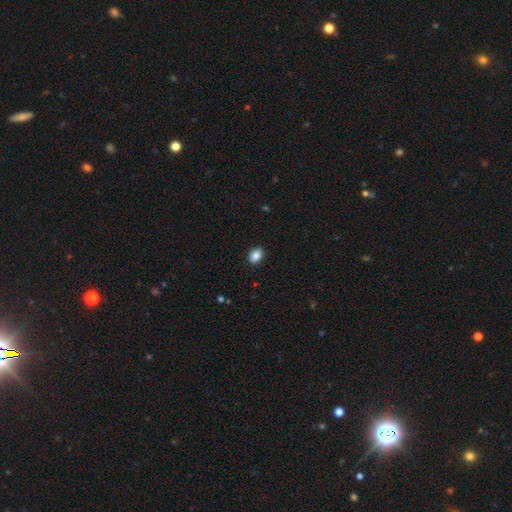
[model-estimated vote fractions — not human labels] Smooth or featured? Predicted: smooth (p=0.87). How rounded? Predicted: in between (p=0.80). Merging? Predicted: none (p=0.89).